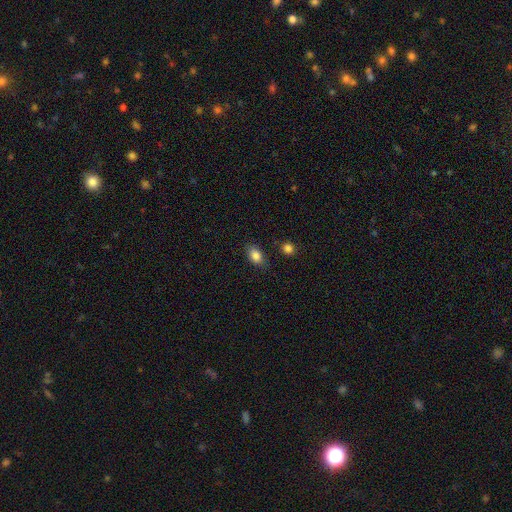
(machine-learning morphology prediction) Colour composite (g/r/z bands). It shows a smooth galaxy with no disk features (85%) that is in between round and cigar-shaped (83%). Merging: none (79%).